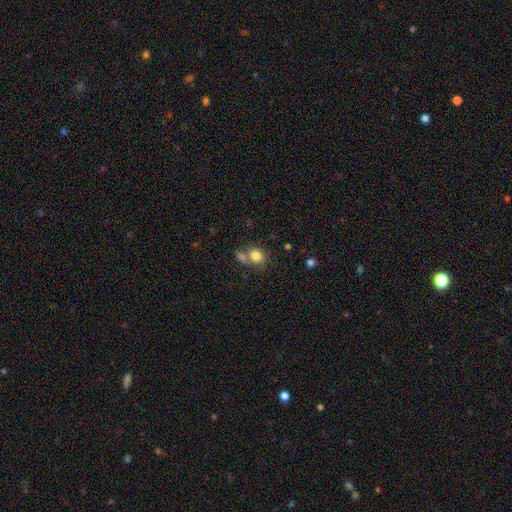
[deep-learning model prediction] Overall: smooth (81%). How rounded: round (52%; in between 47%). Merging: none (43%; merger 40%).